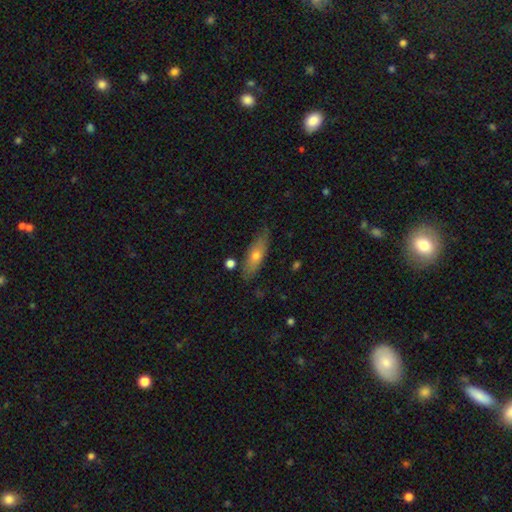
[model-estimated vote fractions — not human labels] Morphology: type=smooth (61%); roundness=in between (50%); merging=none (75%).